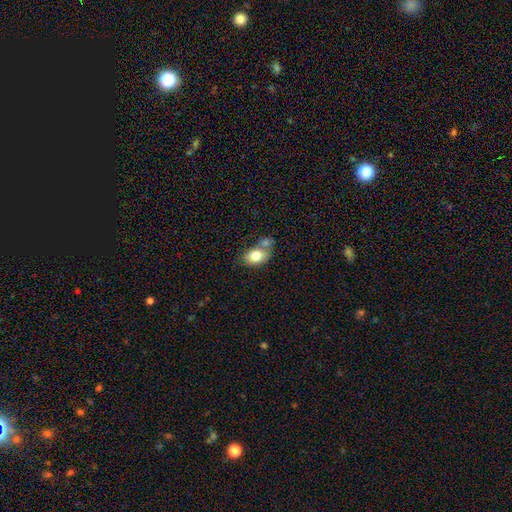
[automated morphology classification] A smooth galaxy with no disk features (78%) that is in between round and cigar-shaped (78%).

Vote fractions:
- Smooth or featured? smooth: 78% / featured or disk: 15% / star or artifact: 7%
- How rounded? in between: 78% / round: 20% / cigar-shaped: 1%
- Merging? none: 43% / merger: 34% / minor disturbance: 17% / major disturbance: 6%